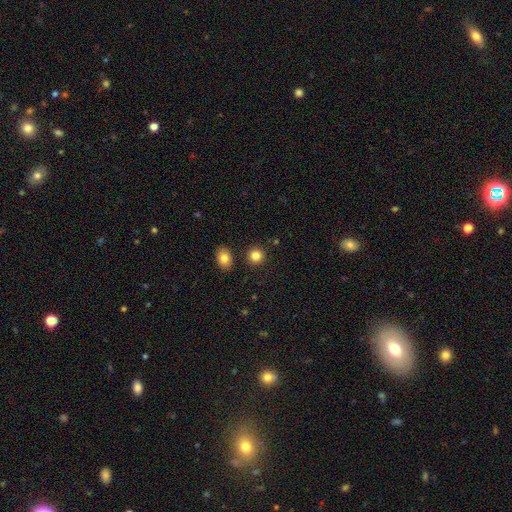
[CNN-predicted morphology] Smooth or featured?
  - smooth: 83% *
  - star or artifact: 11%
  - featured or disk: 6%
How rounded?
  - round: 87% *
  - in between: 12%
  - cigar-shaped: 1%
Merging?
  - none: 87% *
  - minor disturbance: 6%
  - merger: 4%
  - major disturbance: 2%